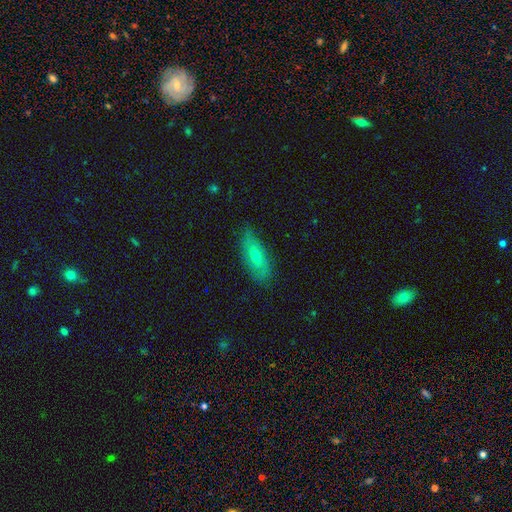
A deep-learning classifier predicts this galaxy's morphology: A smooth galaxy with no disk features (53%) that is in between round and cigar-shaped (65%).

Vote fractions:
- Smooth or featured? smooth: 53% / featured or disk: 39% / star or artifact: 8%
- How rounded? in between: 65% / cigar-shaped: 31% / round: 4%
- Merging? none: 78% / minor disturbance: 18% / major disturbance: 3% / merger: 1%